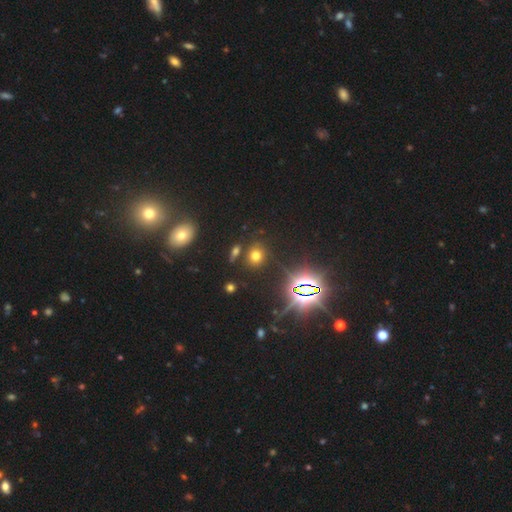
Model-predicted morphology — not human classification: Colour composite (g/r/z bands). It shows a smooth galaxy with no disk features (59%) that is round (68%). Merging: none (81%).